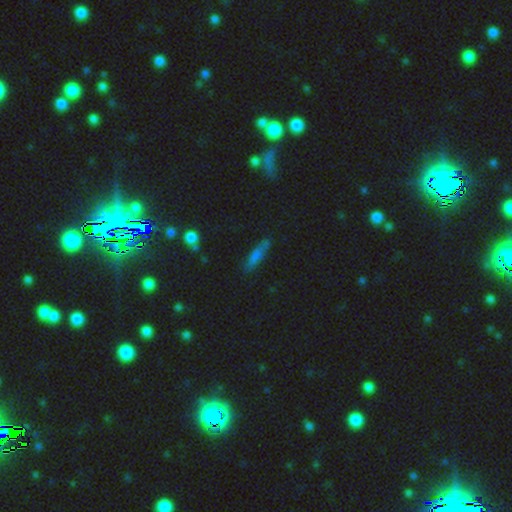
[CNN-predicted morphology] This is likely a smooth galaxy (60%). How rounded: likely cigar-shaped (73%). Merging: likely none (80%).